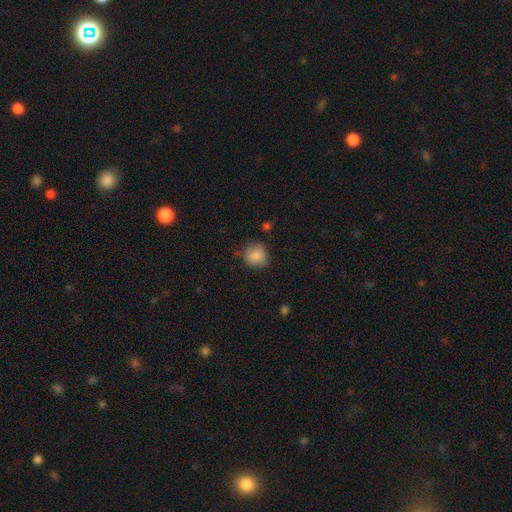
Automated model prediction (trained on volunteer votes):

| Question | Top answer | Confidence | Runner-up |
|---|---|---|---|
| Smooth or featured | smooth | 85% | star or artifact (8%) |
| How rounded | round | 83% | in between (16%) |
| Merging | none | 75% | minor disturbance (18%) |